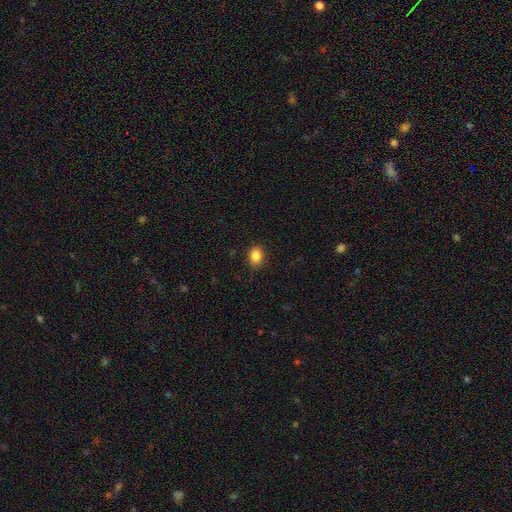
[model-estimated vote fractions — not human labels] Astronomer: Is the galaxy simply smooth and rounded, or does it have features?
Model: smooth — 86%.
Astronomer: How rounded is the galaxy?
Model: in between — 64%.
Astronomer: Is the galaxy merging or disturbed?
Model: none — 89%.